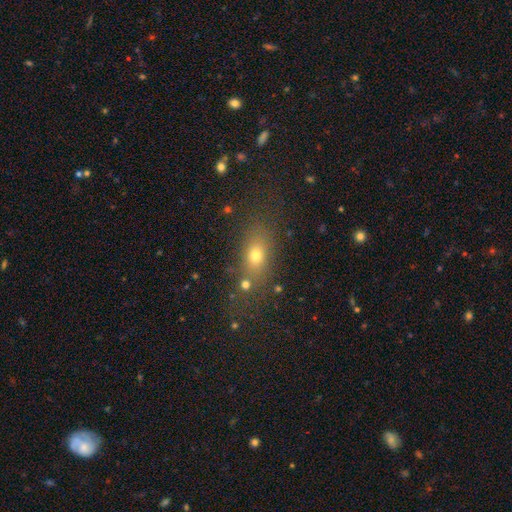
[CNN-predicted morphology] smooth-or-featured: smooth: 65% | star or artifact: 19% | featured or disk: 16%
  how-rounded: in between: 64% | round: 22% | cigar-shaped: 14%
  merging: none: 72% | minor disturbance: 13% | merger: 8% | major disturbance: 7%